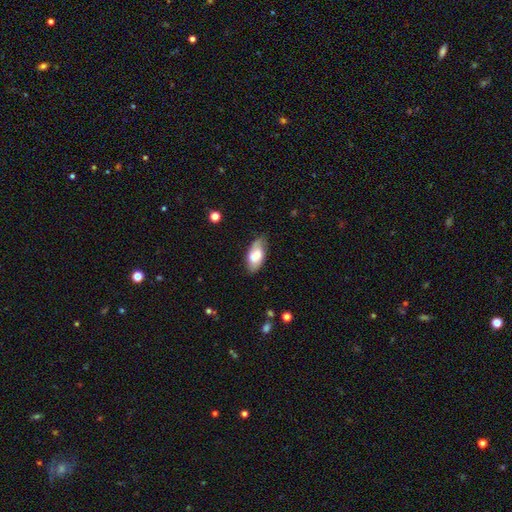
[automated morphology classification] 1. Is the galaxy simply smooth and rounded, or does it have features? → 63% smooth, 30% featured or disk, 7% star or artifact.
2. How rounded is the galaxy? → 90% in between, 7% cigar-shaped, 3% round.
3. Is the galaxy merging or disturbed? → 75% none, 19% minor disturbance, 4% major disturbance, 2% merger.